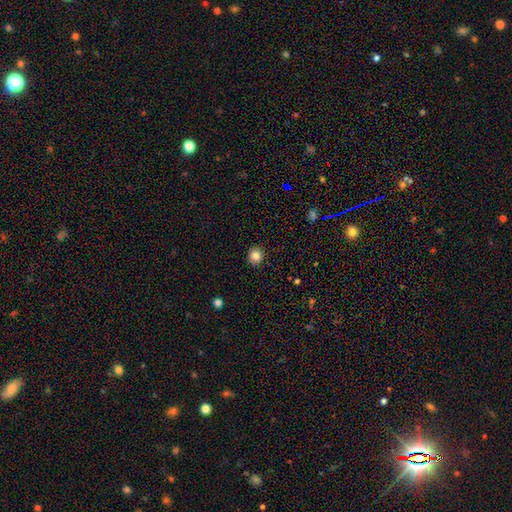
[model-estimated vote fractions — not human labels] Smooth or featured? smooth (84%)
How rounded? round (89%)
Merging? none (92%)